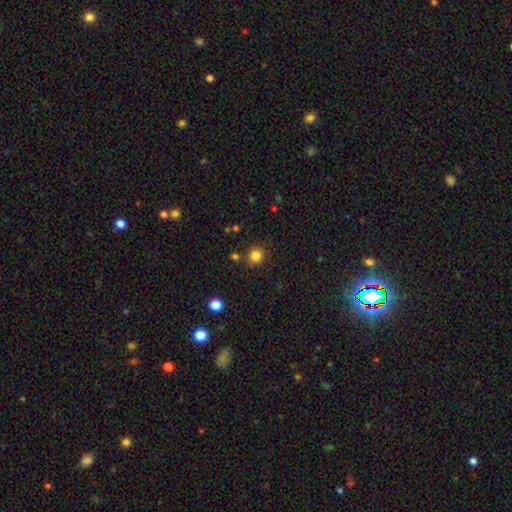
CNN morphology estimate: Smooth or featured? smooth (83%)
How rounded? round (90%)
Merging? none (86%)